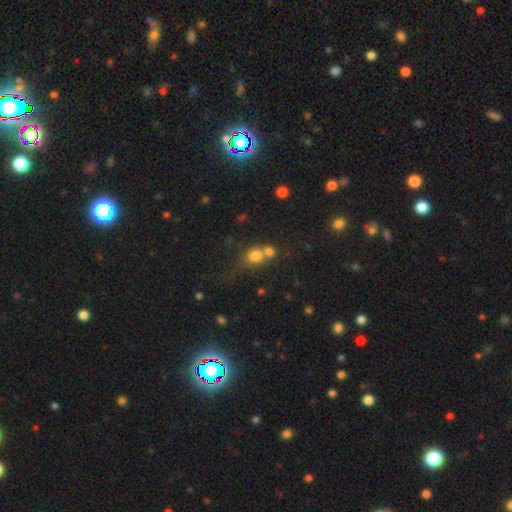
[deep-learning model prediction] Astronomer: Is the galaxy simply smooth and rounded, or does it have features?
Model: smooth — 75%.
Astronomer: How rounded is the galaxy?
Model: round — 70%.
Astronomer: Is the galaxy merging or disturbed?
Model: merger — 55% (runner-up: none, 31%).